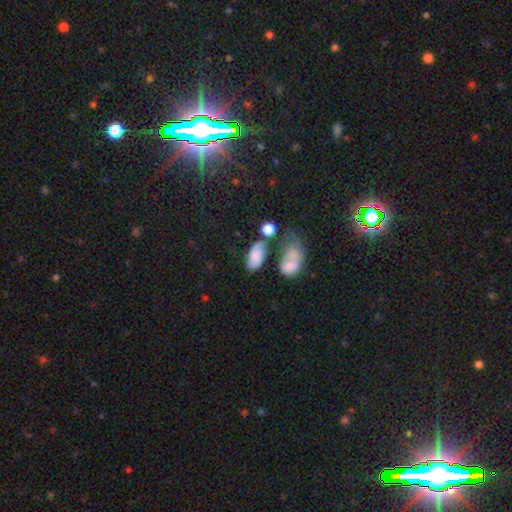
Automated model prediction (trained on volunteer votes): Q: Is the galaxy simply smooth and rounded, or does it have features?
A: smooth — 78%.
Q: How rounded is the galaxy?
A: in between — 92%.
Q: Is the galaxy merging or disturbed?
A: none — 49%.